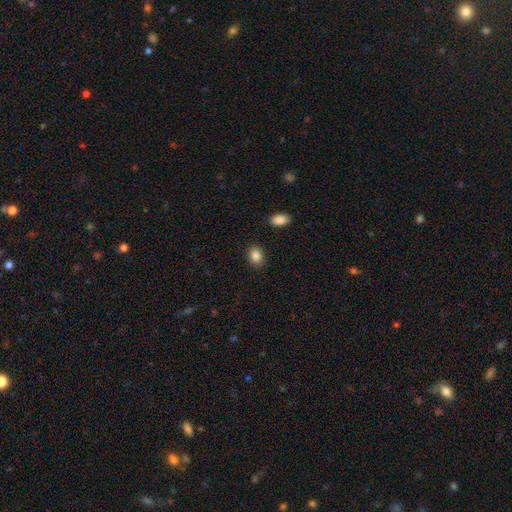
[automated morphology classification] The model was most divided on "how rounded": in between: 66%, round: 33%, cigar-shaped: 1%. More confident: merging — none (88%); smooth or featured — smooth (86%).